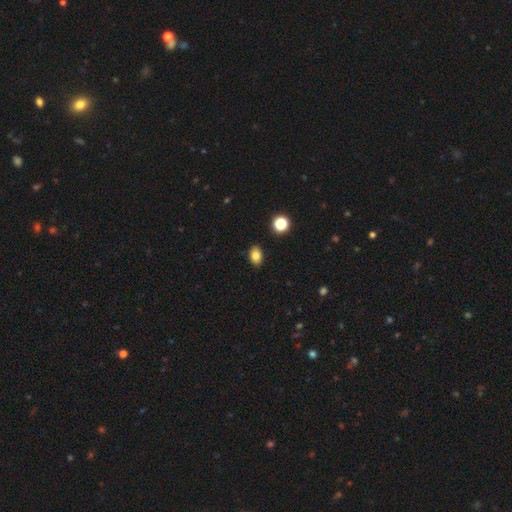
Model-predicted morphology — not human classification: Smooth or featured? Predicted: smooth (p=0.82). How rounded? Predicted: in between (p=0.80). Merging? Predicted: none (p=0.89).